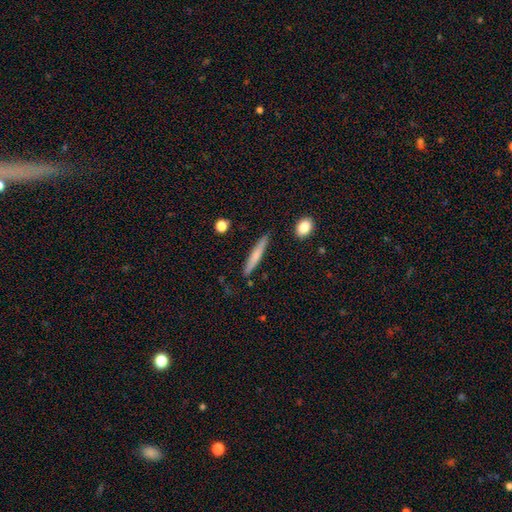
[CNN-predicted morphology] smooth 64%, featured or disk 30%, star or artifact 6%. Down the decision tree: how rounded — cigar-shaped (94%); merging — none (86%).